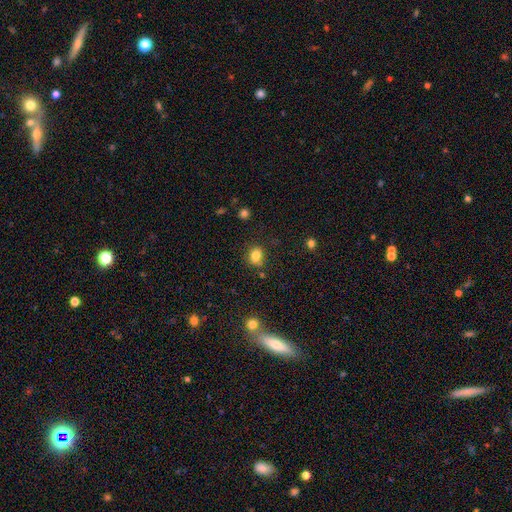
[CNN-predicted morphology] smooth-or-featured: smooth: 81% | star or artifact: 12% | featured or disk: 7%
  how-rounded: round: 52% | in between: 47% | cigar-shaped: 1%
  merging: none: 73% | minor disturbance: 16% | merger: 7% | major disturbance: 4%